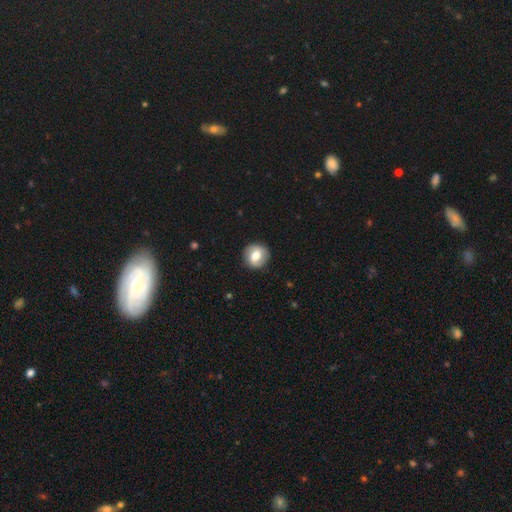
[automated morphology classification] Smooth or featured? smooth (50%)
How rounded? round (87%)
Merging? none (88%)